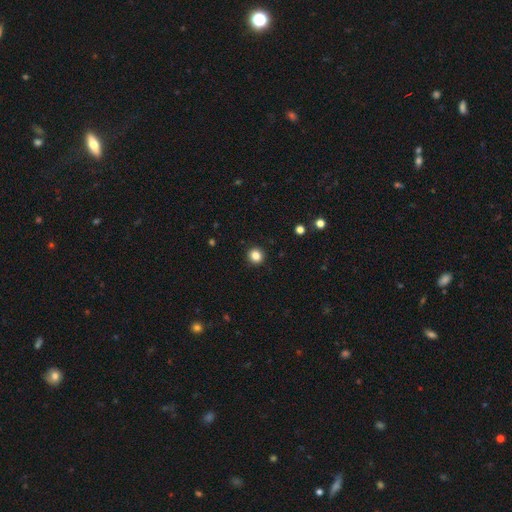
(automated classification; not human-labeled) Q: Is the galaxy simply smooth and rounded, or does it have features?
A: smooth — 84%.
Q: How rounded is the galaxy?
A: round — 94%.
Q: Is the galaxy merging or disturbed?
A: none — 93%.